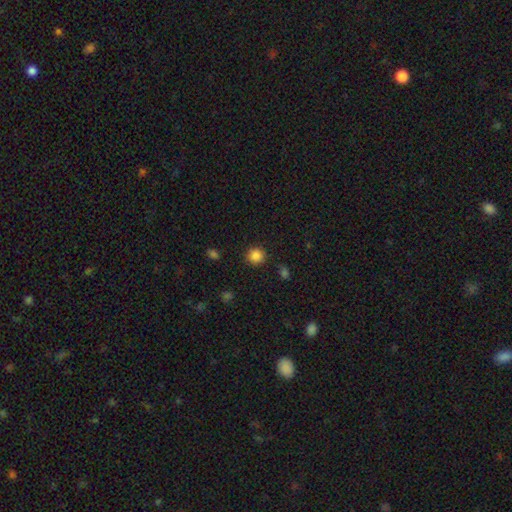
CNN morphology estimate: The model was most divided on "smooth or featured": smooth: 85%, star or artifact: 11%, featured or disk: 4%. More confident: how rounded — round (93%); merging — none (88%).